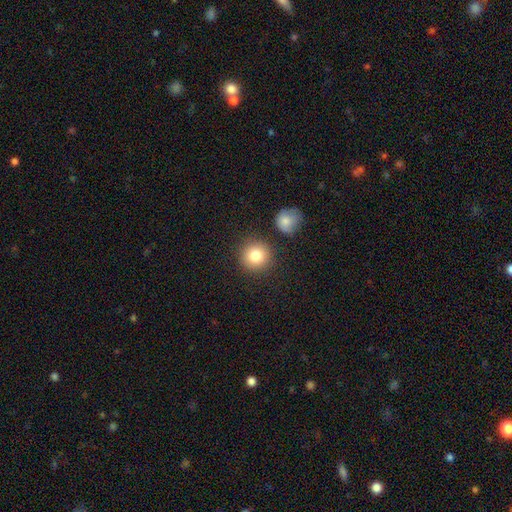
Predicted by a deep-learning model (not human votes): smooth_or_featured: smooth (p=0.83) [alt: star or artifact p=0.10]
how_rounded: round (p=0.93) [alt: in between p=0.06]
merging: none (p=0.83) [alt: minor disturbance p=0.08]